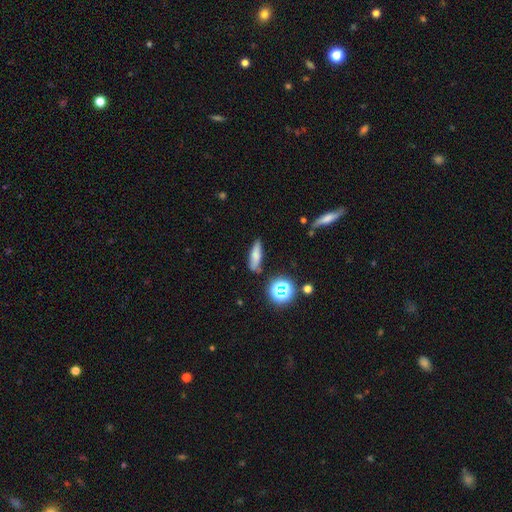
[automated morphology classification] Q: Smooth or featured?
A: smooth (68%); runner-up: featured or disk (17%)
Q: How rounded?
A: cigar-shaped (54%); runner-up: in between (40%)
Q: Merging?
A: none (73%); runner-up: minor disturbance (18%)